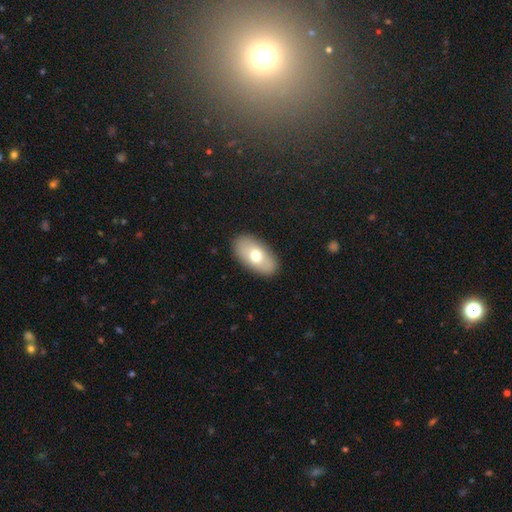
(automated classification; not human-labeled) Q: Smooth or featured?
A: smooth (69%); runner-up: featured or disk (25%)
Q: How rounded?
A: in between (93%); runner-up: round (4%)
Q: Merging?
A: none (88%); runner-up: minor disturbance (9%)